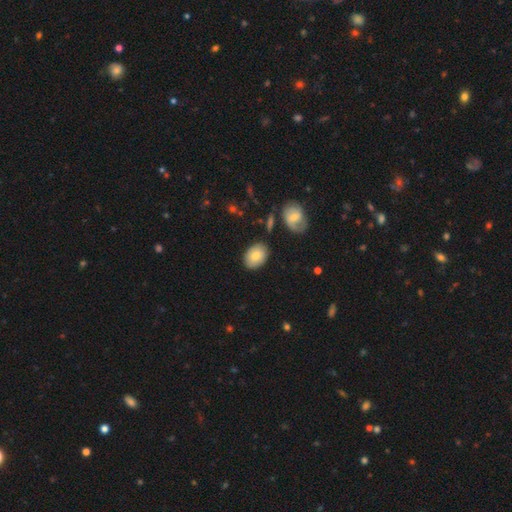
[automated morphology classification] Q: Smooth or featured?
A: smooth (80%); runner-up: featured or disk (14%)
Q: How rounded?
A: in between (80%); runner-up: round (19%)
Q: Merging?
A: none (83%); runner-up: minor disturbance (11%)